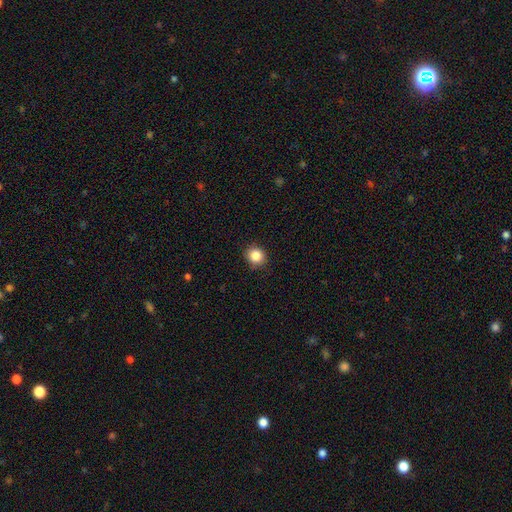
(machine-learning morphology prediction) A smooth galaxy with no disk features (86%) that is round (85%).

Vote fractions:
- Smooth or featured? smooth: 86% / star or artifact: 10% / featured or disk: 4%
- How rounded? round: 85% / in between: 14% / cigar-shaped: 1%
- Merging? none: 90% / minor disturbance: 7% / major disturbance: 2% / merger: 1%